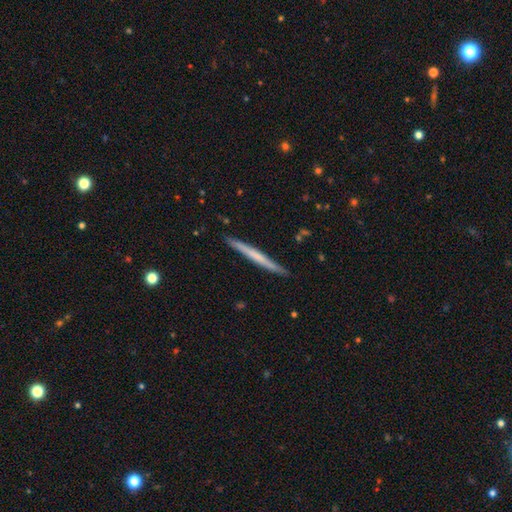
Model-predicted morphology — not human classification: smooth-or-featured: featured or disk: 49% | smooth: 45% | star or artifact: 5%
  merging: none: 90% | minor disturbance: 8% | major disturbance: 1% | merger: 1%